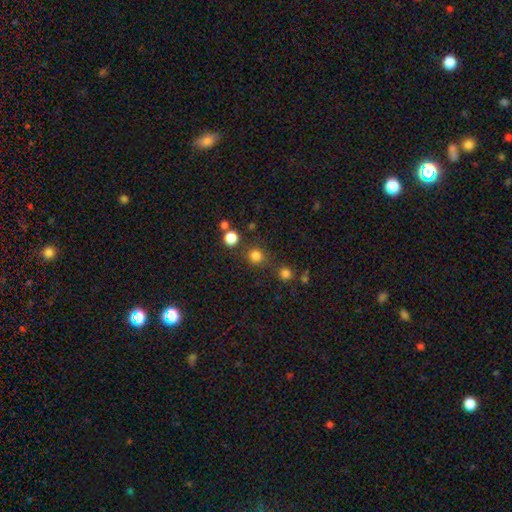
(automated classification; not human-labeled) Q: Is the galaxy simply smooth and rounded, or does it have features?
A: smooth — 80%.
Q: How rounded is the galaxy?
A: round — 89%.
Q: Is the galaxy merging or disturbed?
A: none — 79%.